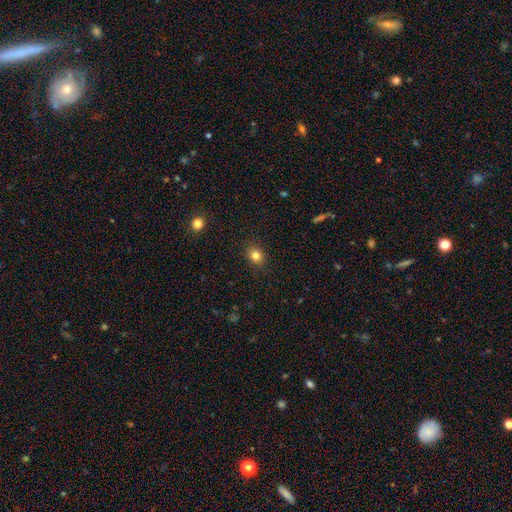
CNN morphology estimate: smooth 82%, star or artifact 12%, featured or disk 6%. Down the decision tree: how rounded — round (59%); merging — none (89%).